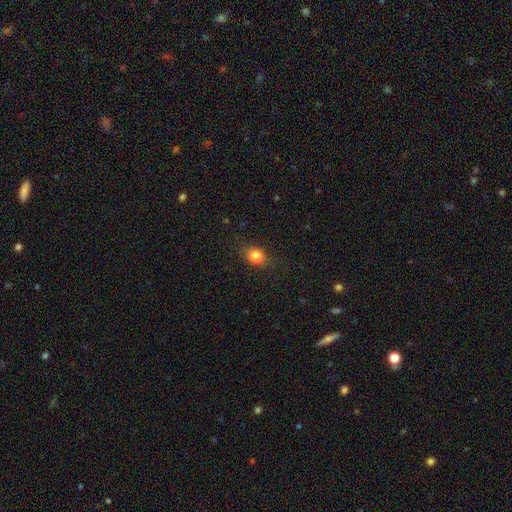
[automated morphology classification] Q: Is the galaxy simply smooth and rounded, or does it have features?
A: smooth — 83%.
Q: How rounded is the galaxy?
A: round — 50%.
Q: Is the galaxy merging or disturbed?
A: none — 83%.